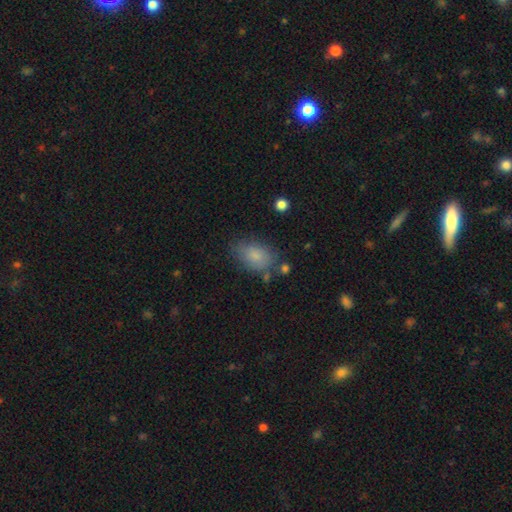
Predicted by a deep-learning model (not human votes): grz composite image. It shows a smooth galaxy with no disk features (82%) that is in between round and cigar-shaped (87%). Merging: none (65%).